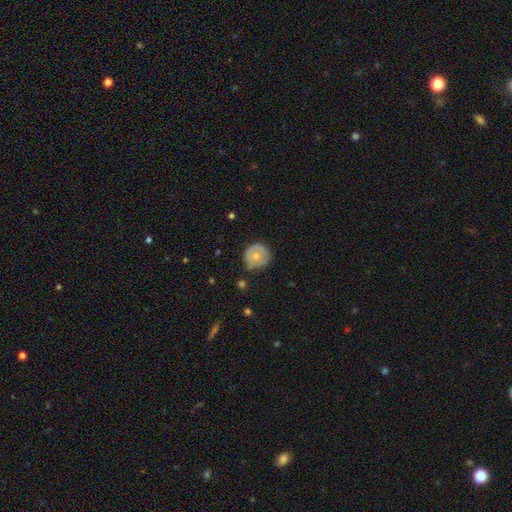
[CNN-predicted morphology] smooth-or-featured: smooth: 64% | featured or disk: 29% | star or artifact: 7%
  how-rounded: round: 92% | in between: 7% | cigar-shaped: 1%
  merging: none: 74% | minor disturbance: 20% | major disturbance: 4% | merger: 2%